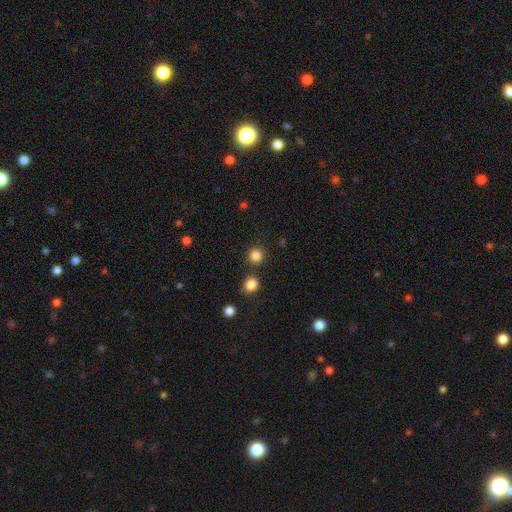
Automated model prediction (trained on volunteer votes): Morphology: type=smooth (84%); roundness=round (92%); merging=none (84%).